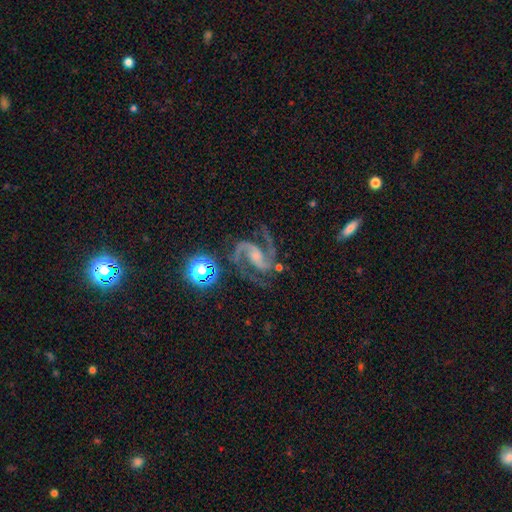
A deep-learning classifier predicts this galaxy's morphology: The model was most divided on "bar": weak: 43%, no: 32%, strong: 25%. Remaining: spiral arms — yes (99%); edge-on disk — no (98%); spiral arm count — 2 (92%); smooth or featured — featured or disk (91%); merging — none (71%); spiral winding — medium (66%); bulge size — small (48%).